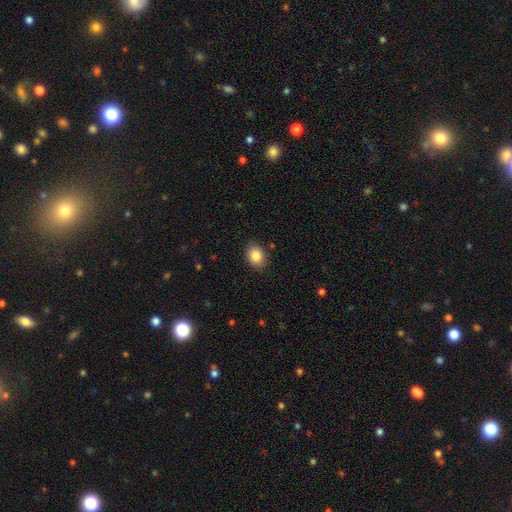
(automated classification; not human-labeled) Overall: smooth (86%). How rounded: in between (64%; round 35%). Merging: none (88%).